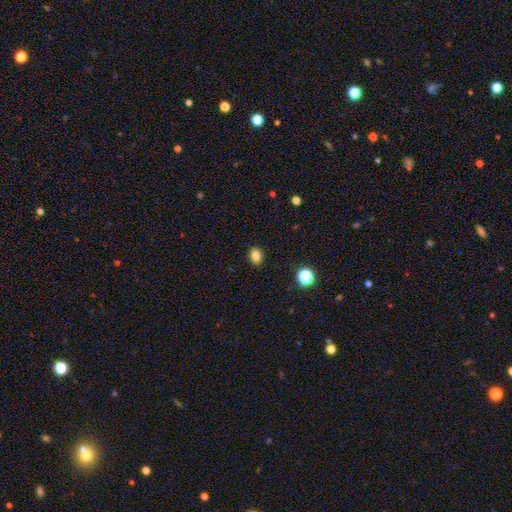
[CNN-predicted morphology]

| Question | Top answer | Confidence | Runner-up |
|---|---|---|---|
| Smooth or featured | smooth | 83% | star or artifact (12%) |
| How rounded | in between | 58% | round (41%) |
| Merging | none | 89% | minor disturbance (7%) |